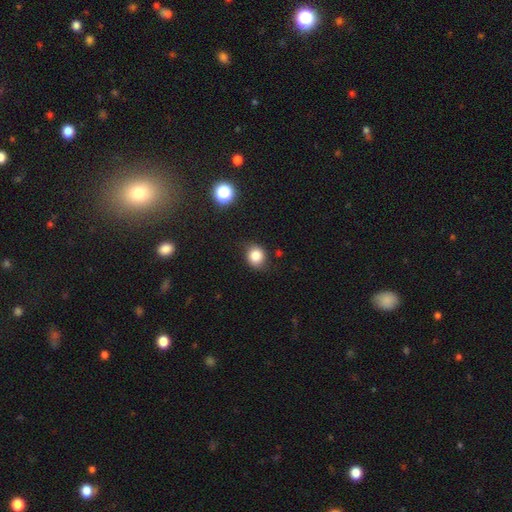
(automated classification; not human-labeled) Overall: smooth (83%). How rounded: round (72%). Merging: none (78%).